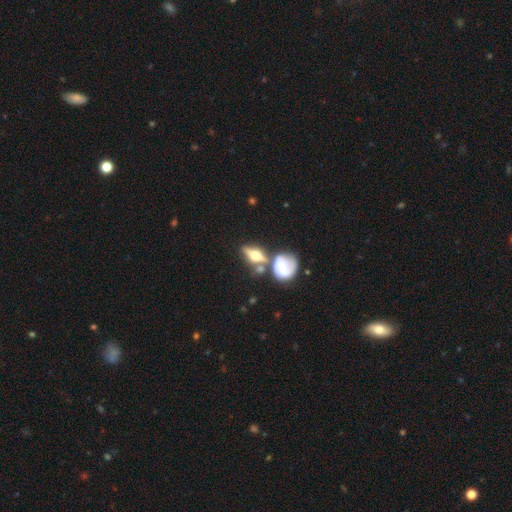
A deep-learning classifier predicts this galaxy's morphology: Smooth or featured? featured or disk (61%)
Edge-on disk? yes (73%)
Merging? none (53%)